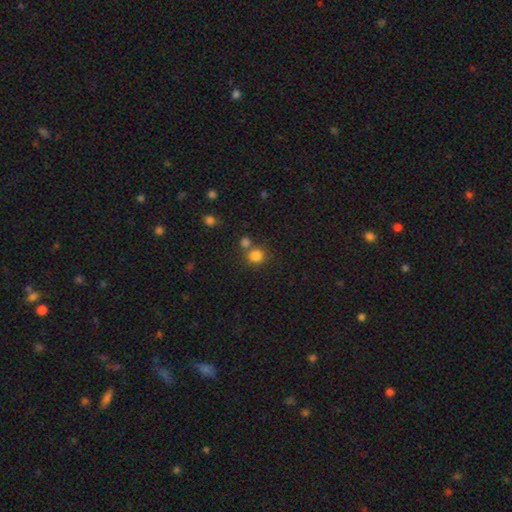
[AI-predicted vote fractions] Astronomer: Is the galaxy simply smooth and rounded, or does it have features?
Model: smooth — 82%.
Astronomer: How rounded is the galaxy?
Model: round — 87%.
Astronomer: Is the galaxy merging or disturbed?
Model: none — 64%.